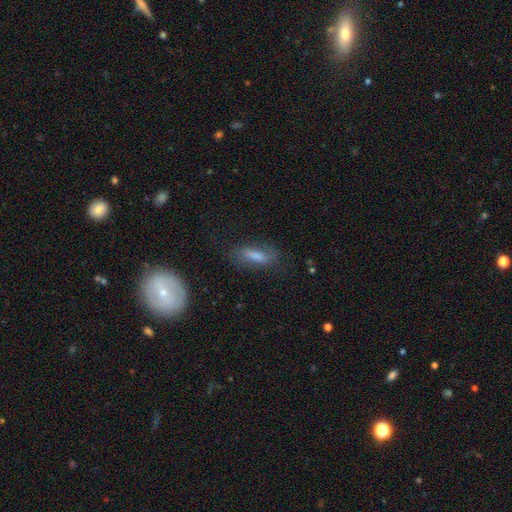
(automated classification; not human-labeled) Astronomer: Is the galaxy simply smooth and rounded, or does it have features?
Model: smooth — 61%.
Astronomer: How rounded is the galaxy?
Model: in between — 52% (runner-up: cigar-shaped, 44%).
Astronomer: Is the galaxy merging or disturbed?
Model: none — 65%.